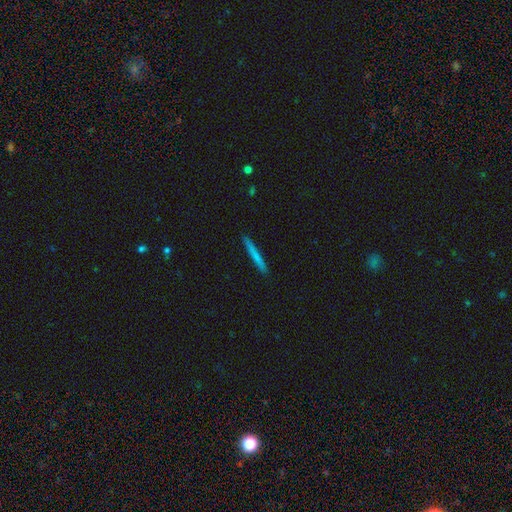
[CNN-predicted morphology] A smooth galaxy with no disk features (67%) that is cigar-shaped (97%). Merging: none (91%).